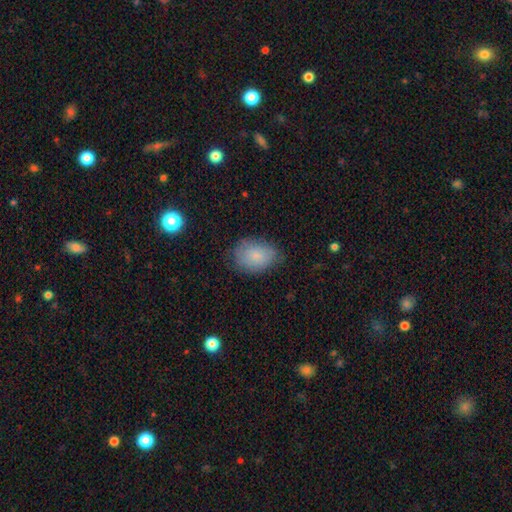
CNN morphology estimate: smooth_or_featured: smooth (p=0.74) [alt: featured or disk p=0.17]
how_rounded: in between (p=0.77) [alt: round p=0.22]
merging: none (p=0.71) [alt: minor disturbance p=0.22]